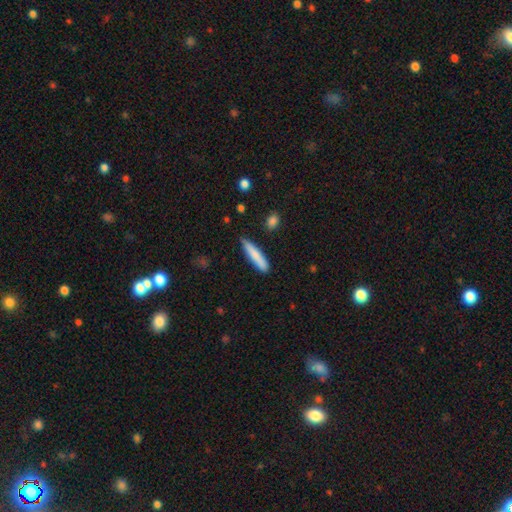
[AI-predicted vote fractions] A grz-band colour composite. It shows a smooth galaxy with no disk features (80%) that is cigar-shaped (87%). Merging: none (83%).